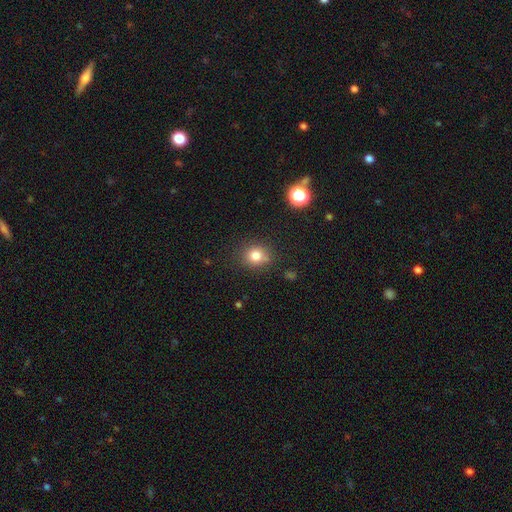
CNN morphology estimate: A smooth galaxy with no disk features (79%) that is round (81%). Merging: none (79%).